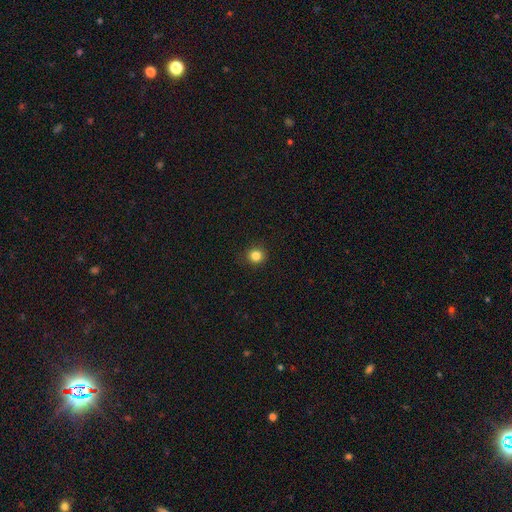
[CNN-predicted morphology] Smooth or featured: smooth — 84% (star or artifact — 12%)
How rounded: round — 91% (in between — 8%)
Merging: none — 91% (minor disturbance — 6%)